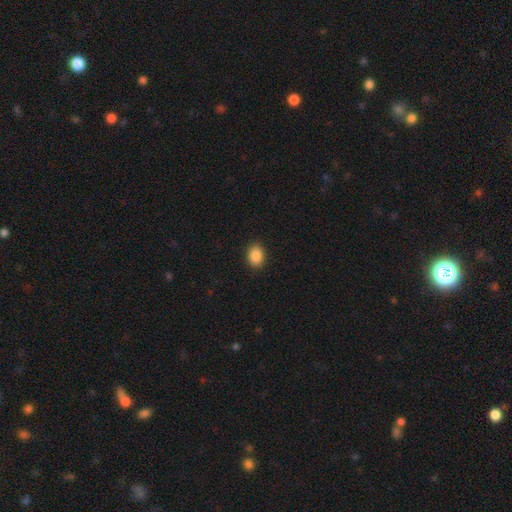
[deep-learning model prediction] Smooth or featured? Predicted: smooth (p=0.88). How rounded? Predicted: in between (p=0.70). Merging? Predicted: none (p=0.90).